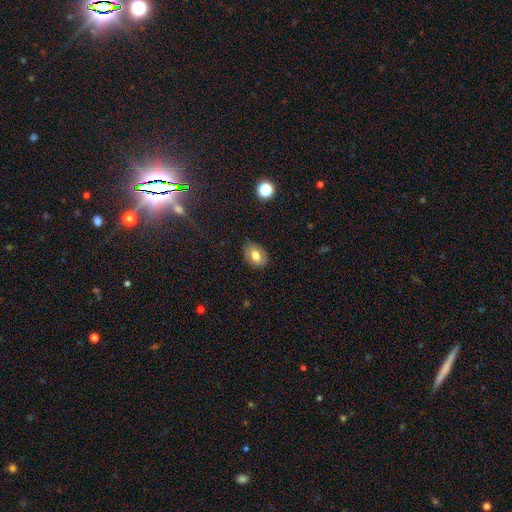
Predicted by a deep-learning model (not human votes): A smooth galaxy with no disk features (71%) that is in between round and cigar-shaped (74%).

Vote fractions:
- Smooth or featured? smooth: 71% / featured or disk: 20% / star or artifact: 9%
- How rounded? in between: 74% / round: 25% / cigar-shaped: 1%
- Merging? none: 80% / minor disturbance: 16% / major disturbance: 3% / merger: 1%